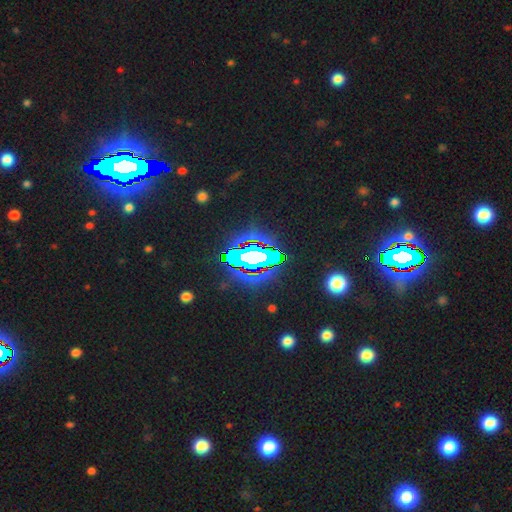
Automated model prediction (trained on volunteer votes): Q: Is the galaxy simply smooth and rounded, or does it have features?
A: star or artifact — 67%.